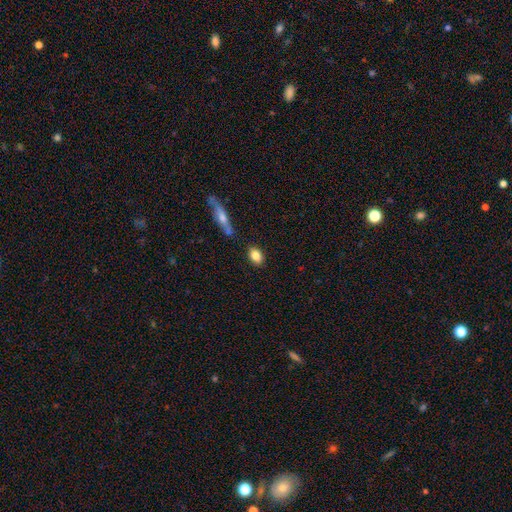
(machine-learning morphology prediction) Q: Smooth or featured?
A: smooth (82%); runner-up: featured or disk (10%)
Q: How rounded?
A: in between (81%); runner-up: round (15%)
Q: Merging?
A: none (83%); runner-up: minor disturbance (10%)